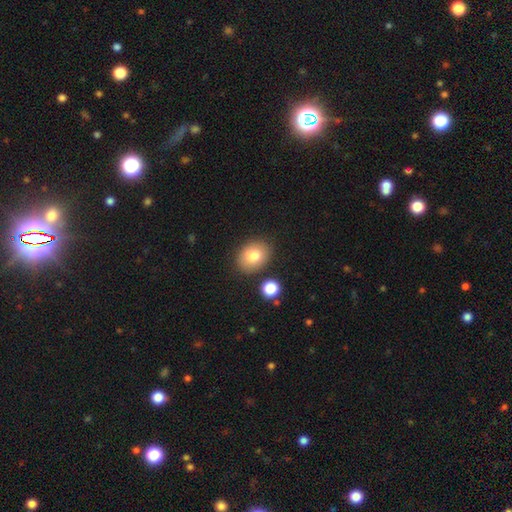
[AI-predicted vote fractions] Q: Smooth or featured?
A: smooth (83%); runner-up: featured or disk (9%)
Q: How rounded?
A: in between (67%); runner-up: round (32%)
Q: Merging?
A: none (81%); runner-up: minor disturbance (11%)